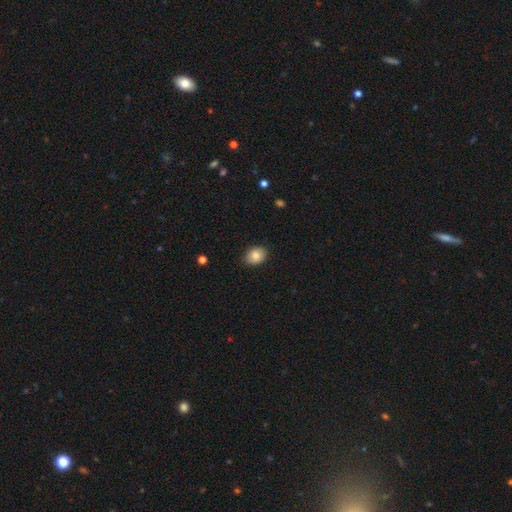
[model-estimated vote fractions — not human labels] Morphology: type=smooth (84%); roundness=in between (64%); merging=none (85%).